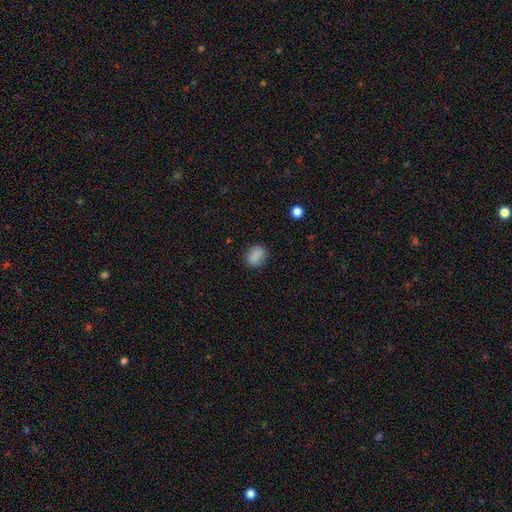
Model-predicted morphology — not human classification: This appears to be a smooth galaxy with no disk features (86%) that is round (54%). Merging: none (84%).